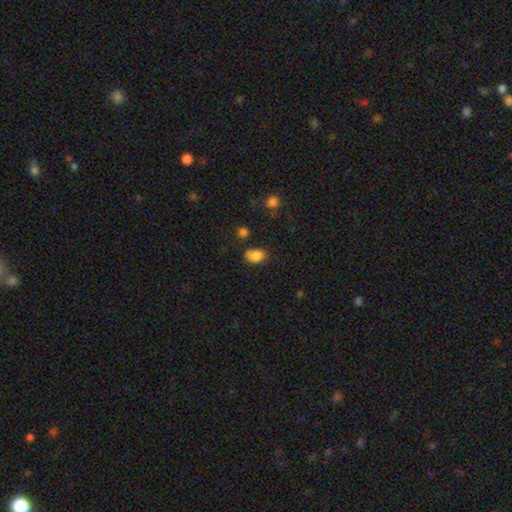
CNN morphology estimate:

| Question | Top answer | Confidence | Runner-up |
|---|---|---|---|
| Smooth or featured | smooth | 85% | star or artifact (9%) |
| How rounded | in between | 77% | round (22%) |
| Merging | none | 60% | minor disturbance (27%) |